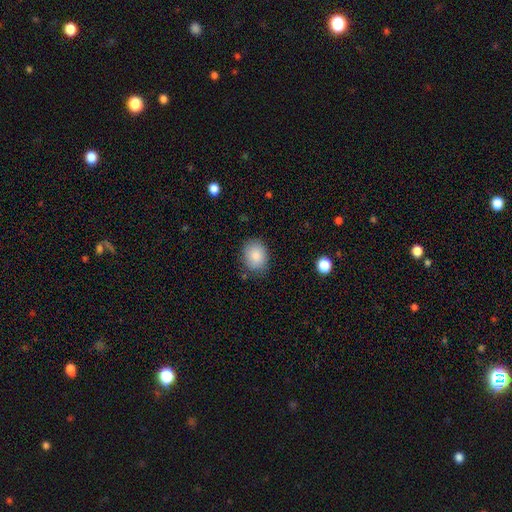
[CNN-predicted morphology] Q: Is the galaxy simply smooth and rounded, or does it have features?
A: smooth — 87%.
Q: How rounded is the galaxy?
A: in between — 52%.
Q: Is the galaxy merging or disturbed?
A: none — 80%.